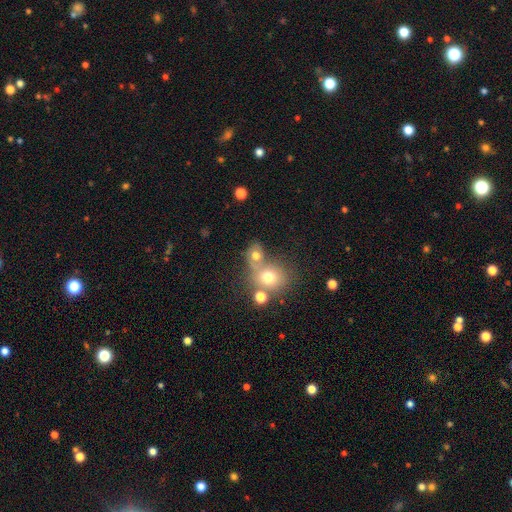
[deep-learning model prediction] A smooth galaxy with no disk features (67%) that is round (64%).

Vote fractions:
- Smooth or featured? smooth: 67% / featured or disk: 17% / star or artifact: 16%
- How rounded? round: 64% / in between: 35% / cigar-shaped: 1%
- Merging? merger: 43% / none: 39% / minor disturbance: 10% / major disturbance: 7%